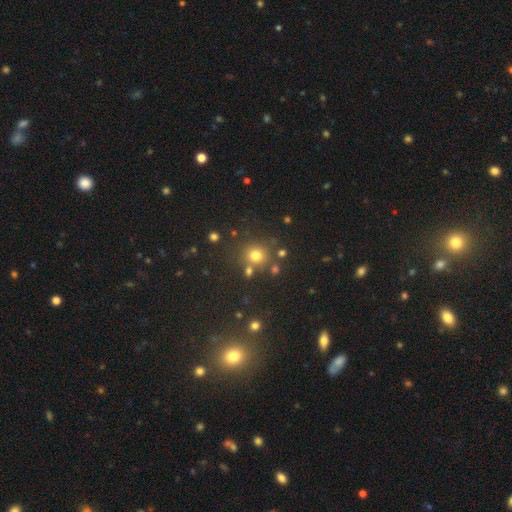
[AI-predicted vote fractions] Smooth or featured? smooth (75%)
How rounded? round (88%)
Merging? none (75%)